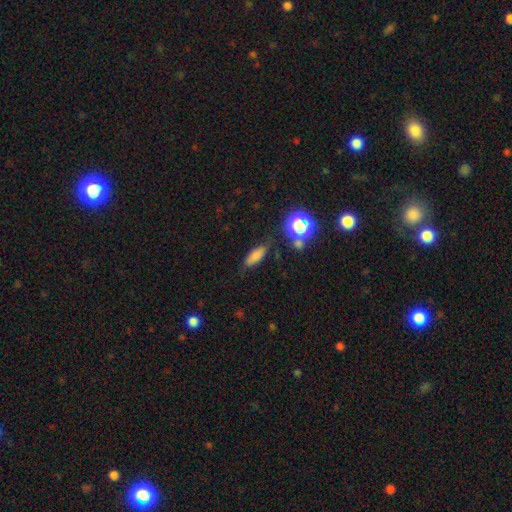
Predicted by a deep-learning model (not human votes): smooth_or_featured: smooth (p=0.74) [alt: star or artifact p=0.15]
how_rounded: in between (p=0.61) [alt: cigar-shaped p=0.32]
merging: none (p=0.76) [alt: minor disturbance p=0.15]